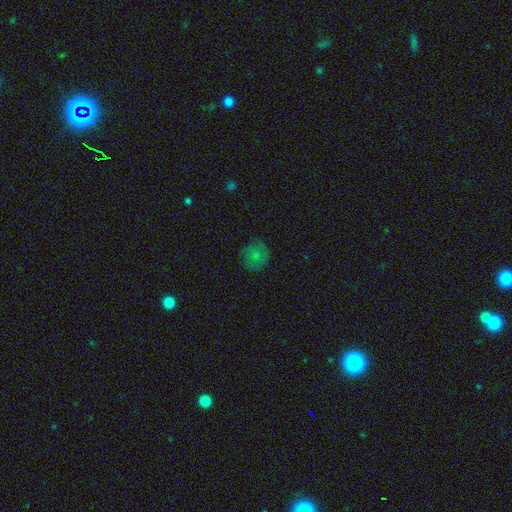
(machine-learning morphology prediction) Smooth or featured?
  - smooth: 76% *
  - star or artifact: 14%
  - featured or disk: 11%
How rounded?
  - round: 89% *
  - in between: 10%
  - cigar-shaped: 1%
Merging?
  - none: 76% *
  - minor disturbance: 18%
  - major disturbance: 5%
  - merger: 1%